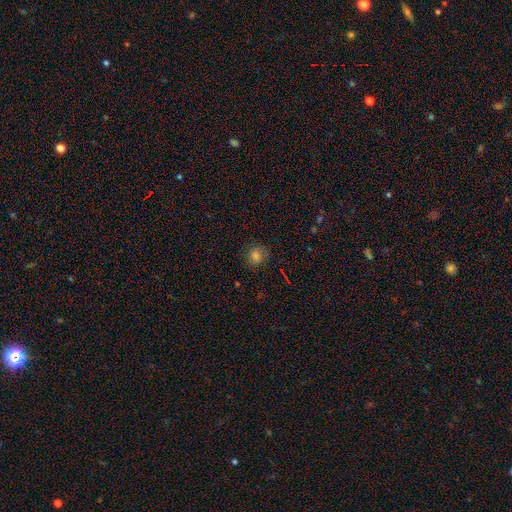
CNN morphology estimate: smooth 71%, star or artifact 21%, featured or disk 8%. Down the decision tree: how rounded — round (76%); merging — none (81%).